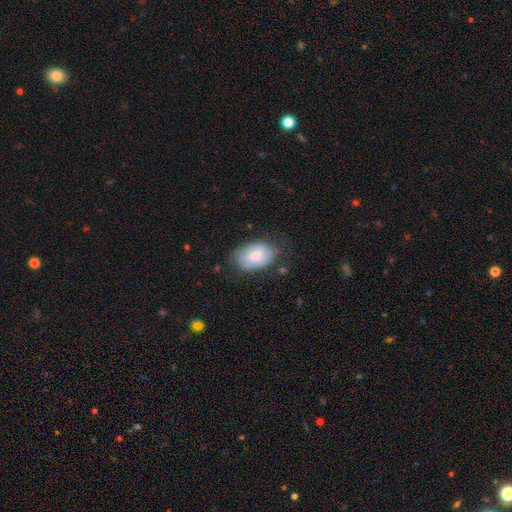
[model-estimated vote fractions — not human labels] Q: Smooth or featured?
A: smooth (53%); runner-up: featured or disk (40%)
Q: How rounded?
A: in between (86%); runner-up: round (13%)
Q: Merging?
A: none (63%); runner-up: minor disturbance (26%)